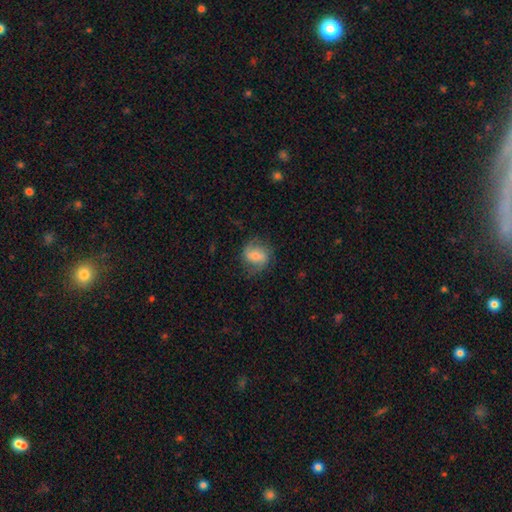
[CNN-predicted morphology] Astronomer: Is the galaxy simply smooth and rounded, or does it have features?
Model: smooth — 54% (runner-up: featured or disk, 38%).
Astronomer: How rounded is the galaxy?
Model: round — 55% (runner-up: in between, 43%).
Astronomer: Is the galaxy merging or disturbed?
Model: none — 64%.